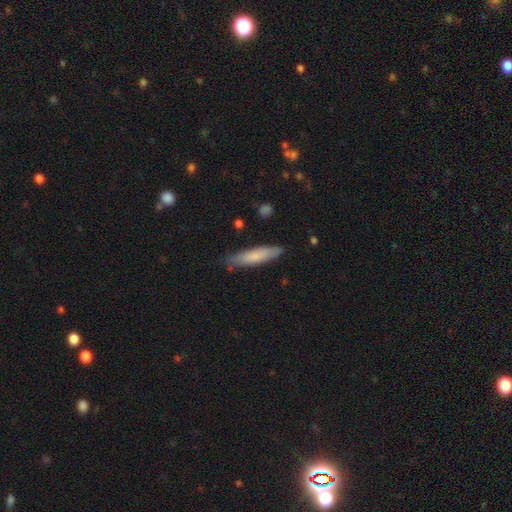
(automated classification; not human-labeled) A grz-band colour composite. It shows a smooth galaxy with no disk features (74%) that is cigar-shaped (83%). Merging: none (81%).